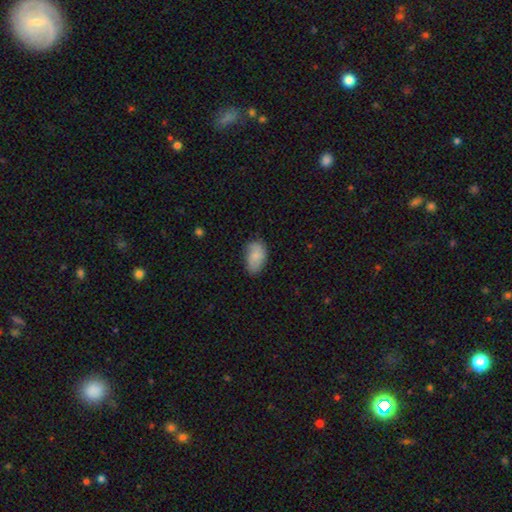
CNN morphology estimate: smooth-or-featured: smooth: 78% | featured or disk: 15% | star or artifact: 7%
  how-rounded: in between: 92% | round: 6% | cigar-shaped: 2%
  merging: none: 65% | minor disturbance: 27% | major disturbance: 6% | merger: 2%